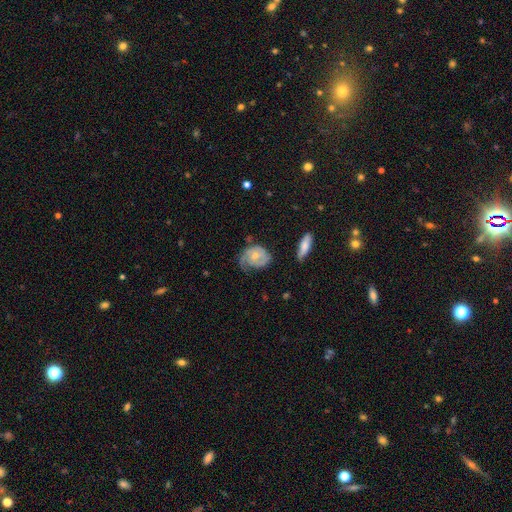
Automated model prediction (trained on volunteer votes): A featured or disk galaxy (66%) with no bar (74%), 1 (37%) tight (54%) spiral arms (84%) and a small central bulge (50%). Merging: none (43%).